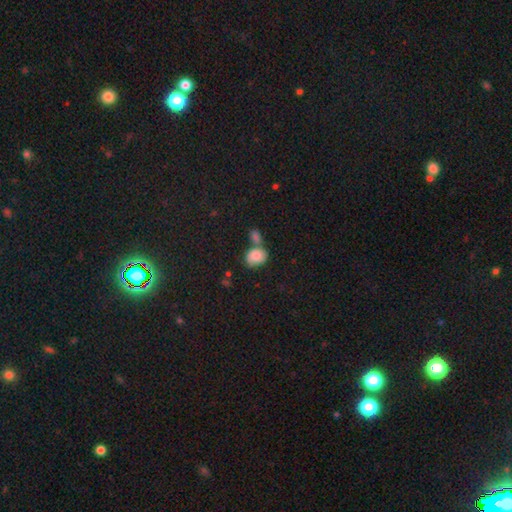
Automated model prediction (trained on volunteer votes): Morphology: type=smooth (84%); roundness=in between (68%); merging=merger (42%).